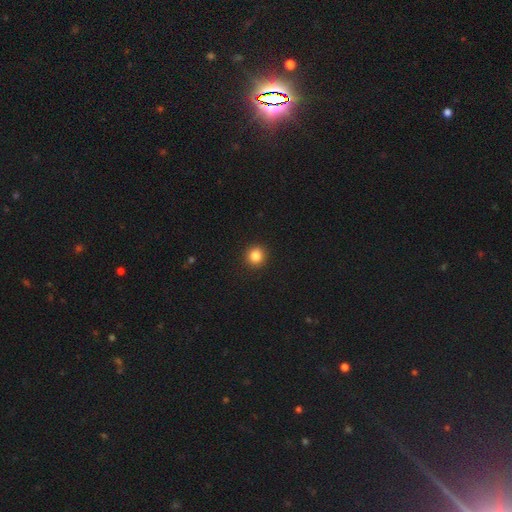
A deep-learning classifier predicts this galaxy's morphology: smooth 85%, star or artifact 11%, featured or disk 4%. Down the decision tree: how rounded — round (93%); merging — none (93%).